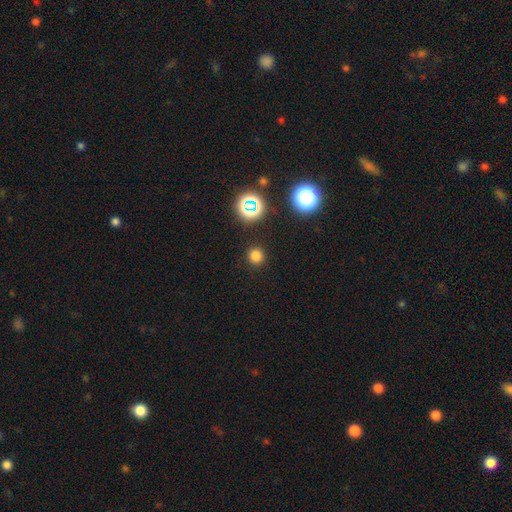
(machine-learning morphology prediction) The model was most divided on "smooth or featured": smooth: 74%, star or artifact: 21%, featured or disk: 5%. More confident: how rounded — round (93%); merging — none (91%).